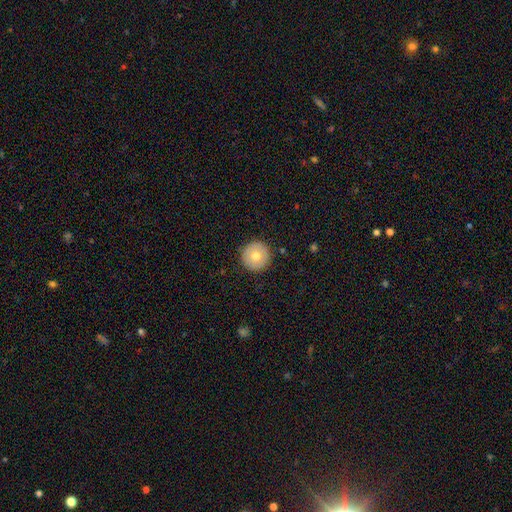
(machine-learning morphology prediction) smooth 71%, featured or disk 21%, star or artifact 8%. Down the decision tree: how rounded — round (96%); merging — none (92%).